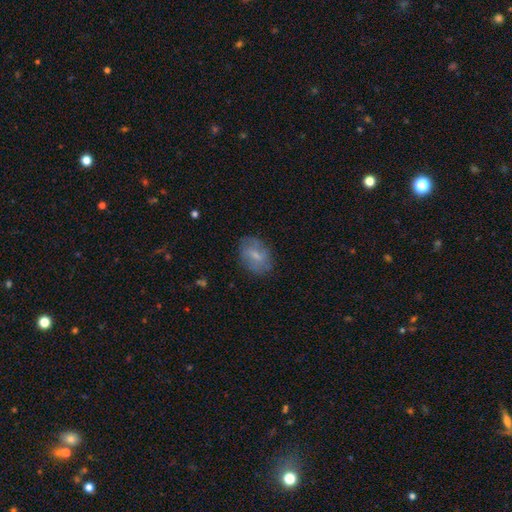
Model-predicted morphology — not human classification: smooth_or_featured: smooth (p=0.60) [alt: featured or disk p=0.32]
how_rounded: in between (p=0.74) [alt: round p=0.24]
merging: none (p=0.75) [alt: minor disturbance p=0.17]